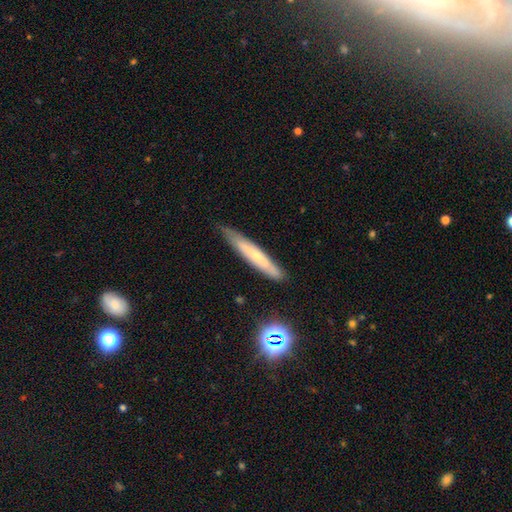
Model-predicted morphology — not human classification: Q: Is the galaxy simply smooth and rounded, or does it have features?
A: smooth — 47%.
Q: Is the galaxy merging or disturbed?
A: none — 78%.